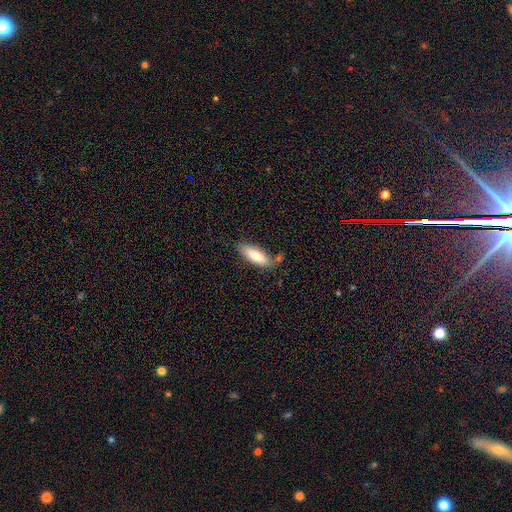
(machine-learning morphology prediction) Smooth or featured: smooth — 76% (featured or disk — 18%)
How rounded: in between — 64% (cigar-shaped — 34%)
Merging: none — 70% (minor disturbance — 18%)